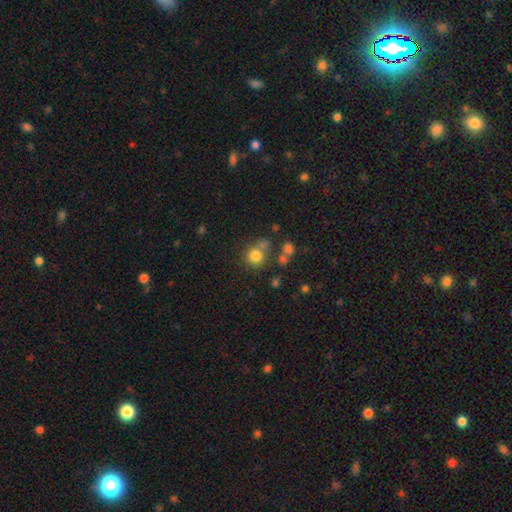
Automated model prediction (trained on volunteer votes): A smooth galaxy with no disk features (78%) that is round (89%). Merging: none (63%).